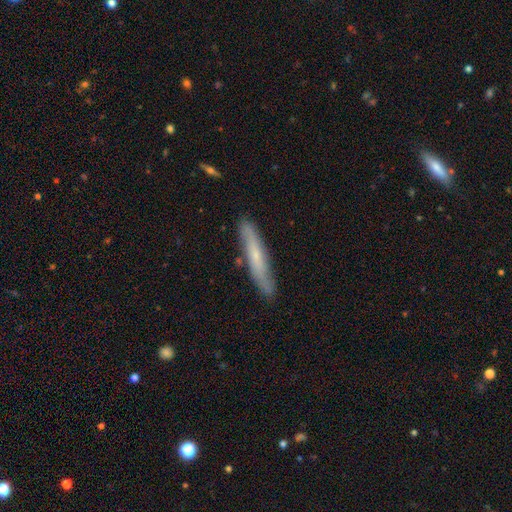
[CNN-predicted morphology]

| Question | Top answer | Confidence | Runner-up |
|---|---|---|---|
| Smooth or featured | smooth | 52% | featured or disk (42%) |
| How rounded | cigar-shaped | 92% | in between (6%) |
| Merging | none | 84% | minor disturbance (12%) |